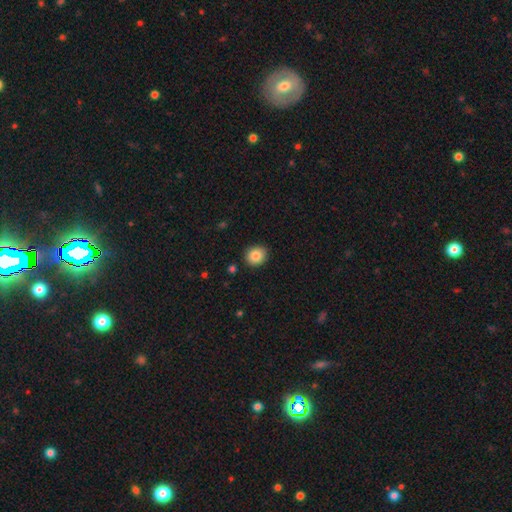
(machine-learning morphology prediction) A smooth galaxy with no disk features (86%) that is round (80%). Merging: none (90%).